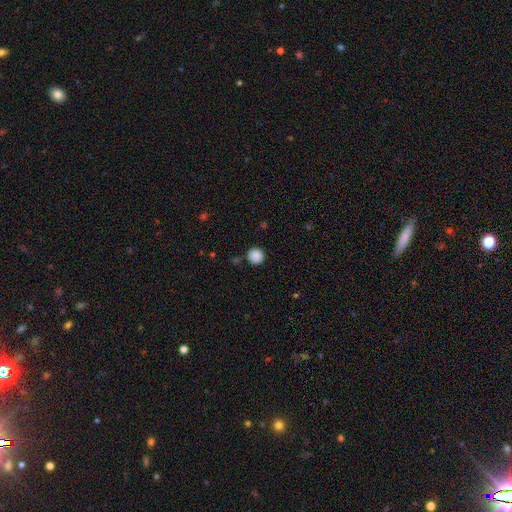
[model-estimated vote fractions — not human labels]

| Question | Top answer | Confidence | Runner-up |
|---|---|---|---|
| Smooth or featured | smooth | 88% | star or artifact (9%) |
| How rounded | round | 94% | in between (5%) |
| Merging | none | 88% | minor disturbance (7%) |